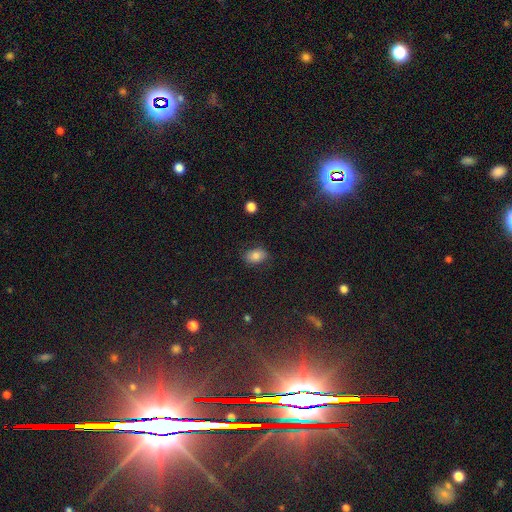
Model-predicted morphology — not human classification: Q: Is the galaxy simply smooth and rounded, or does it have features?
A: smooth — 76%.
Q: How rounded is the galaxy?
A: in between — 82%.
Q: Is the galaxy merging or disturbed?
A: none — 77%.